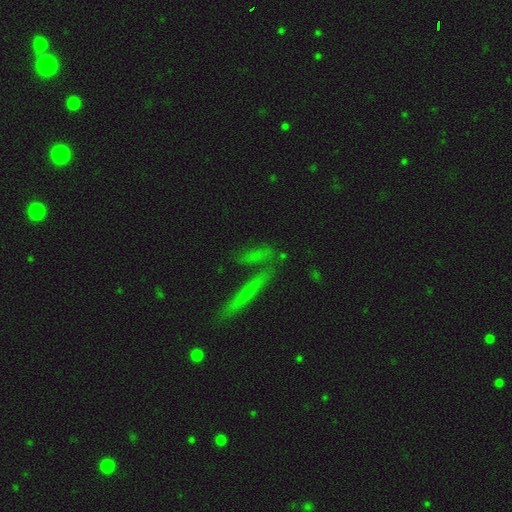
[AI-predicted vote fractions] A smooth galaxy with no disk features (51%) that is cigar-shaped (78%).

Vote fractions:
- Smooth or featured? smooth: 51% / featured or disk: 29% / star or artifact: 20%
- How rounded? cigar-shaped: 78% / in between: 14% / round: 8%
- Merging? none: 74% / minor disturbance: 14% / major disturbance: 6% / merger: 6%